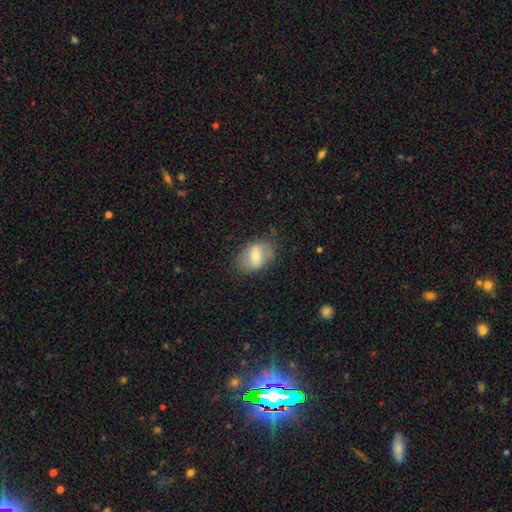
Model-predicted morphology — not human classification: Q: Smooth or featured?
A: smooth (70%); runner-up: featured or disk (23%)
Q: How rounded?
A: in between (85%); runner-up: round (13%)
Q: Merging?
A: none (69%); runner-up: minor disturbance (22%)